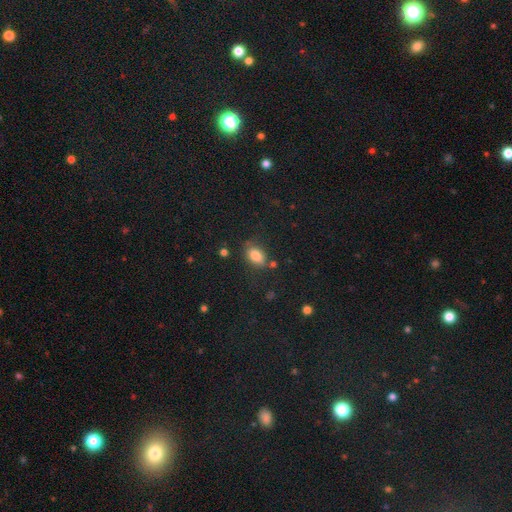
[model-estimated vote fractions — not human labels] Smooth or featured: smooth — 82% (star or artifact — 10%)
How rounded: in between — 85% (round — 12%)
Merging: none — 74% (minor disturbance — 16%)